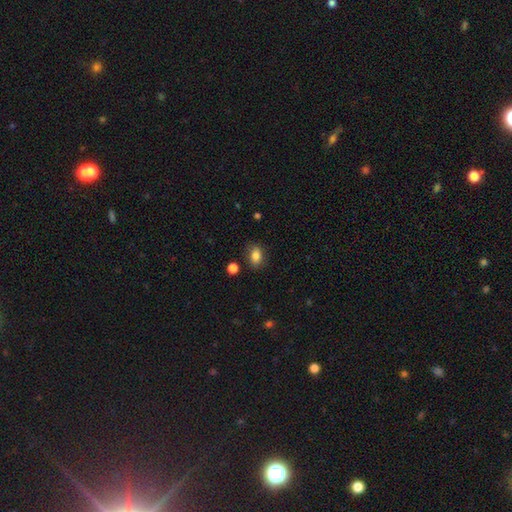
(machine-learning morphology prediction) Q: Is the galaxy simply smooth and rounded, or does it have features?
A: smooth — 83%.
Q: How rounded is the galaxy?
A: in between — 78%.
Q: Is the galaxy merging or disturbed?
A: none — 82%.